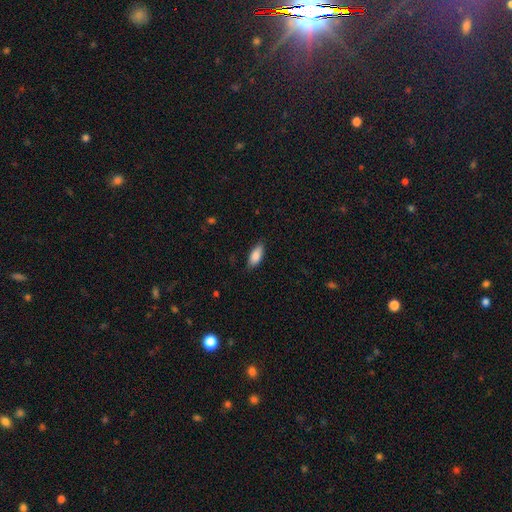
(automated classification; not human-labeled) This appears to be a smooth galaxy with no disk features (85%) that is in between round and cigar-shaped (84%). Merging: none (81%).